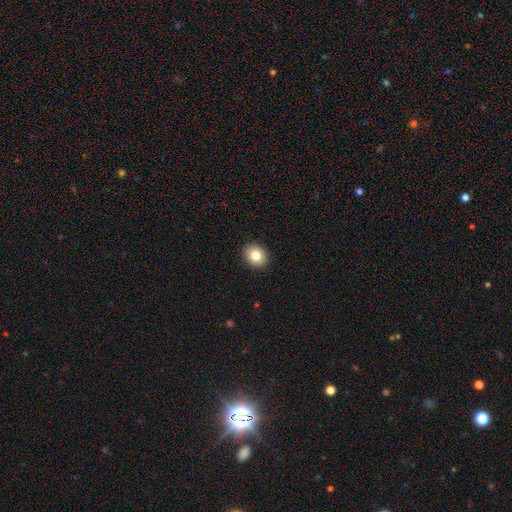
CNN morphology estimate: Overall: smooth (81%). How rounded: round (65%; in between 34%). Merging: none (91%).